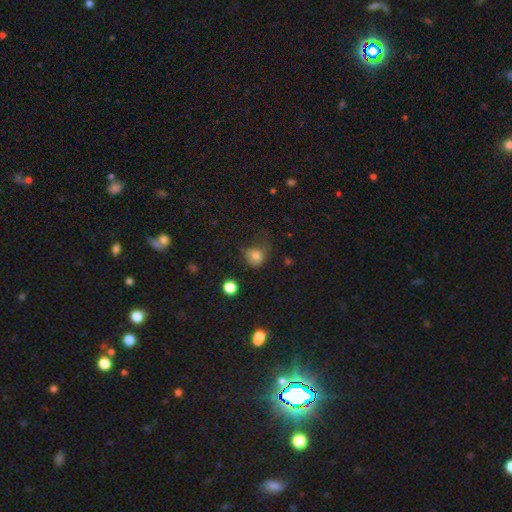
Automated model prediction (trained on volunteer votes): A smooth galaxy with no disk features (78%) that is round (65%).

Vote fractions:
- Smooth or featured? smooth: 78% / star or artifact: 13% / featured or disk: 9%
- How rounded? round: 65% / in between: 34% / cigar-shaped: 1%
- Merging? none: 38% / major disturbance: 31% / minor disturbance: 28% / merger: 3%